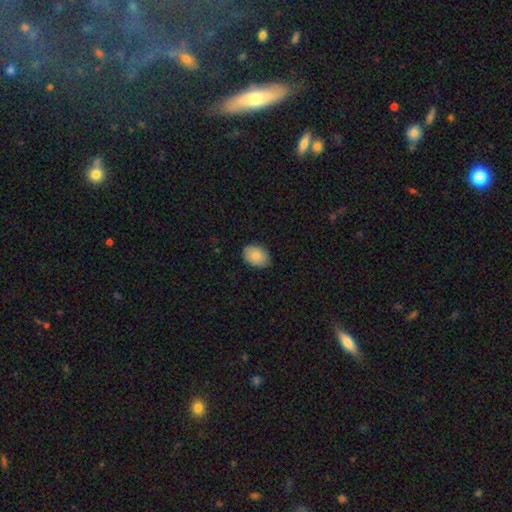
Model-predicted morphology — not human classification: Smooth or featured? Predicted: smooth (p=0.85). How rounded? Predicted: in between (p=0.78). Merging? Predicted: none (p=0.86).